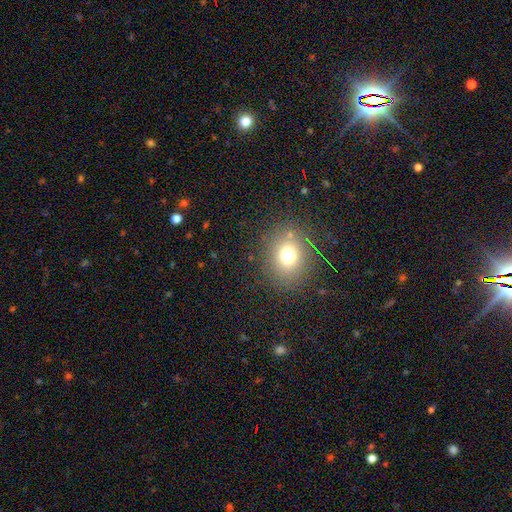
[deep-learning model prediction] Smooth or featured? smooth (55%)
How rounded? round (57%)
Merging? none (89%)